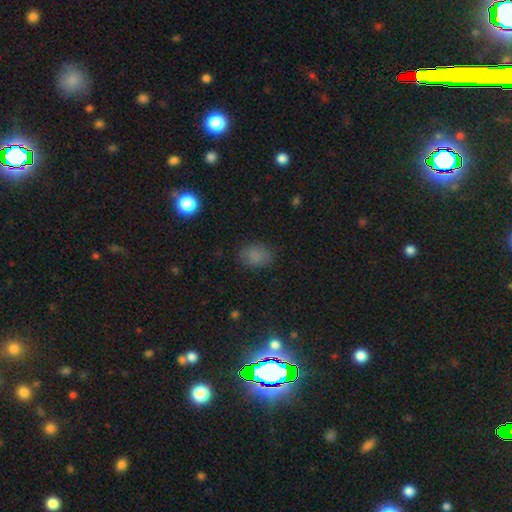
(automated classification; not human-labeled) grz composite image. It shows a smooth galaxy with no disk features (79%) that is in between round and cigar-shaped (77%). Merging: none (81%).